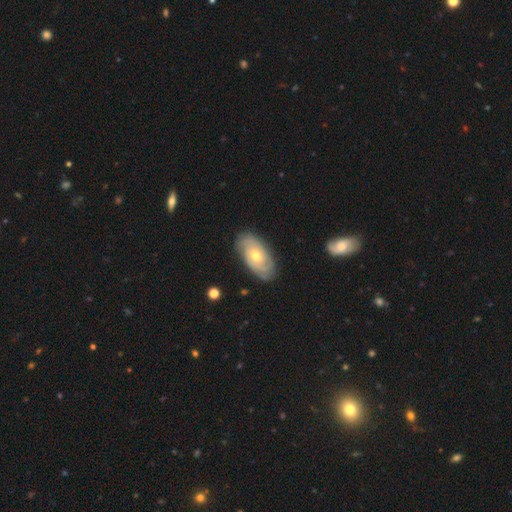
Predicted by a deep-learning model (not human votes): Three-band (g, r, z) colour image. It shows a featured or disk galaxy (75%) with no bar (74%), tight (74%) spiral arms (90%) and a moderate central bulge (56%). Merging: none (83%).